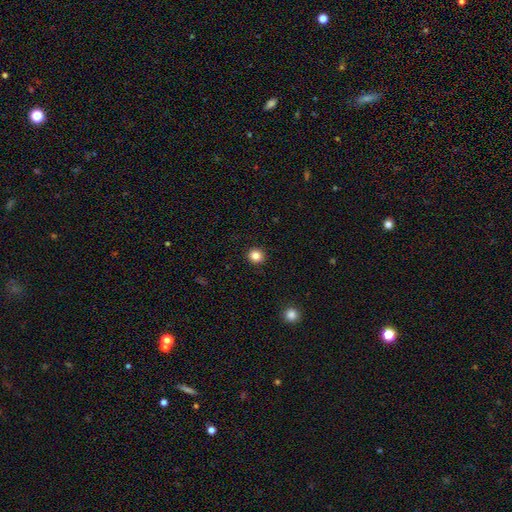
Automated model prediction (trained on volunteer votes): Morphology: type=smooth (84%); roundness=round (92%); merging=none (93%).